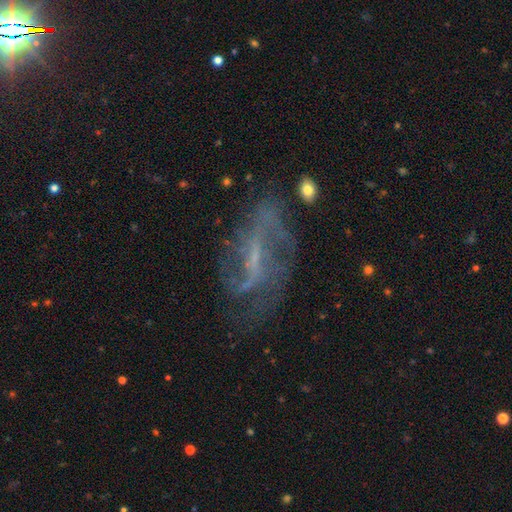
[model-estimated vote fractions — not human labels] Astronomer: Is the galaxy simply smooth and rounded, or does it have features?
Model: featured or disk — 77%.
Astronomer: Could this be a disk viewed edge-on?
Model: no — 92%.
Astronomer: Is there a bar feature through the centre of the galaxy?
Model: weak — 47% (runner-up: strong, 32%).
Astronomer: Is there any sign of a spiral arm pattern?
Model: yes — 89%.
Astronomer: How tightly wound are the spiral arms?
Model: medium — 42% (runner-up: loose, 37%).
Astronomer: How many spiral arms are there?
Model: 2 — 51%.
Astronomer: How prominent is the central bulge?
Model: small — 49% (runner-up: none, 31%).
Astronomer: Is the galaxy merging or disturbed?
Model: none — 63%.